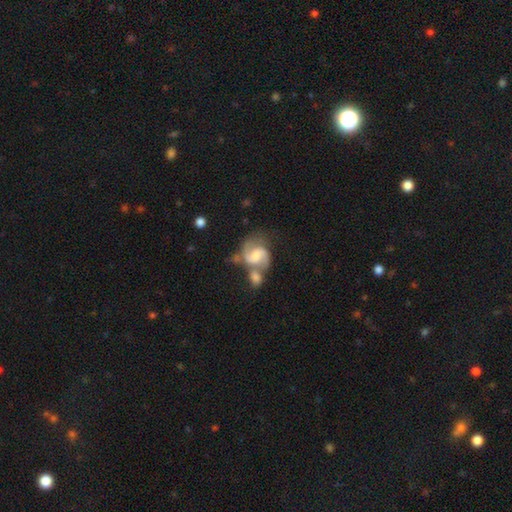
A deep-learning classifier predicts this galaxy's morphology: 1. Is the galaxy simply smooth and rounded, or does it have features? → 81% featured or disk, 13% smooth, 6% star or artifact.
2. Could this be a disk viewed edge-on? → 98% no, 2% yes.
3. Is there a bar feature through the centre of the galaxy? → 49% weak, 38% no, 13% strong.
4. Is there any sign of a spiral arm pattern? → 95% yes, 5% no.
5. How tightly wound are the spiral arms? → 56% medium, 27% loose, 17% tight.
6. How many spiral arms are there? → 89% 2, 4% can't tell, 3% 1, 2% 3, 1% 4, 1% more than 4.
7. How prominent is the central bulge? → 48% moderate, 30% small, 10% large, 10% none, 2% dominant.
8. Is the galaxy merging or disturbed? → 49% merger, 28% none, 13% minor disturbance, 10% major disturbance.